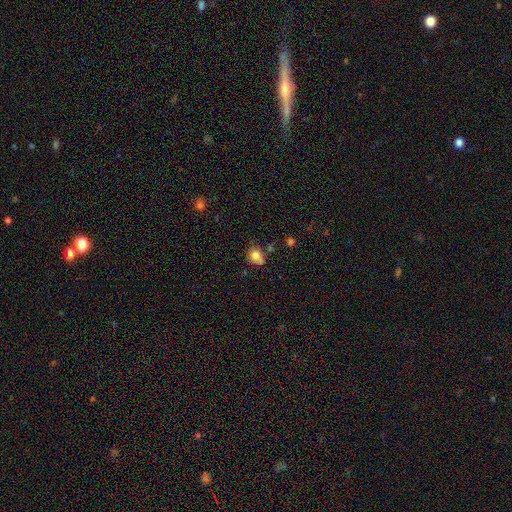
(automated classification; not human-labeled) Q: Smooth or featured?
A: smooth (77%); runner-up: featured or disk (11%)
Q: How rounded?
A: round (65%); runner-up: in between (34%)
Q: Merging?
A: none (51%); runner-up: minor disturbance (24%)